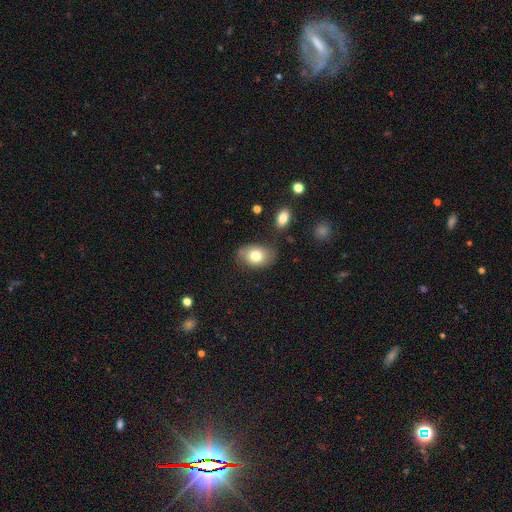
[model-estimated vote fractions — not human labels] smooth 77%, featured or disk 15%, star or artifact 8%. Down the decision tree: how rounded — in between (78%); merging — none (71%).